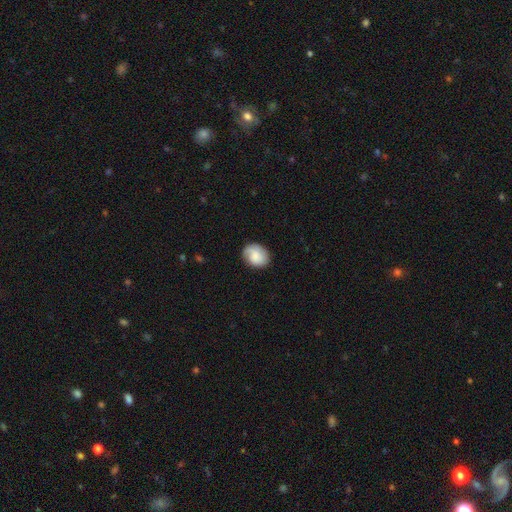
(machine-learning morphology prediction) smooth-or-featured: smooth: 73% | featured or disk: 20% | star or artifact: 7%
  how-rounded: in between: 50% | round: 49% | cigar-shaped: 1%
  merging: none: 75% | minor disturbance: 19% | major disturbance: 5% | merger: 1%